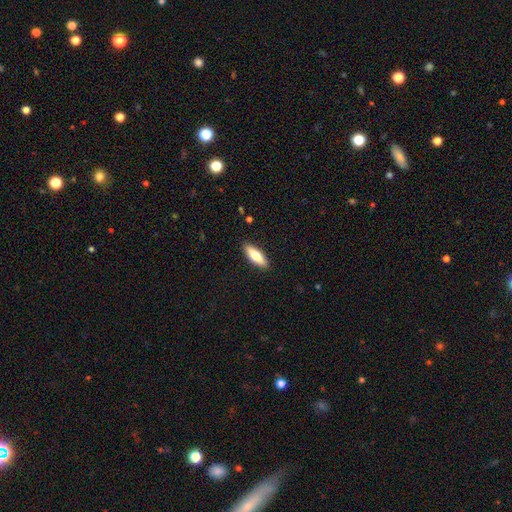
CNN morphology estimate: smooth-or-featured: smooth: 69% | featured or disk: 25% | star or artifact: 6%
  how-rounded: in between: 58% | cigar-shaped: 40% | round: 2%
  merging: none: 90% | minor disturbance: 7% | major disturbance: 2% | merger: 1%